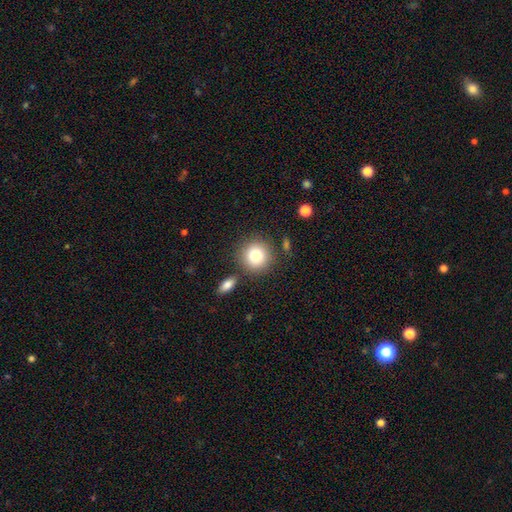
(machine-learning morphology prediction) The model was most divided on "merging": none: 77%, minor disturbance: 10%, merger: 9%, major disturbance: 4%. More confident: how rounded — round (90%); smooth or featured — smooth (85%).